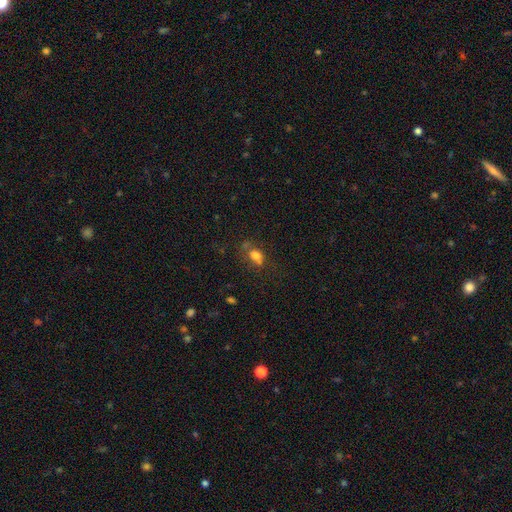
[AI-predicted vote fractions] Smooth or featured? smooth (67%)
How rounded? in between (66%)
Merging? none (46%)